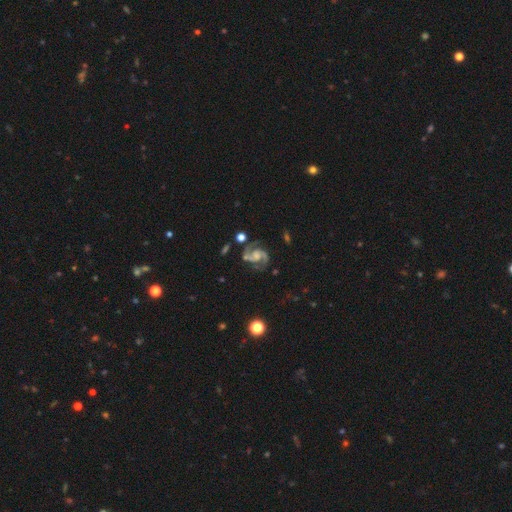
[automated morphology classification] featured or disk 91%, star or artifact 5%, smooth 4%. Down the decision tree: edge-on disk — no (98%); bar — no (52%); spiral arms — yes (98%); spiral arm count — 2 (92%); spiral winding — medium (61%); bulge size — small (38%); merging — none (70%).